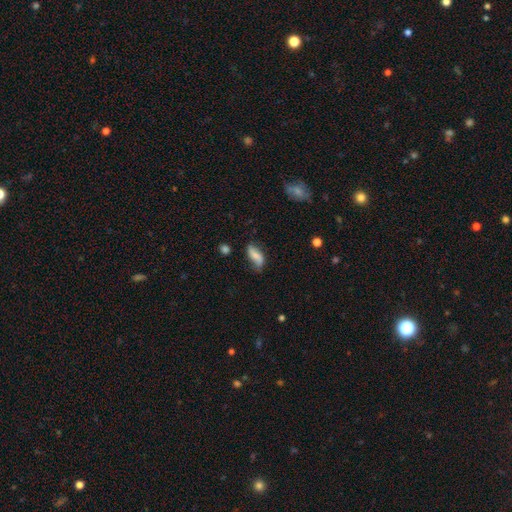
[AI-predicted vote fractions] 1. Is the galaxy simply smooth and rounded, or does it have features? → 54% smooth, 37% featured or disk, 9% star or artifact.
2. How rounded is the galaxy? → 81% in between, 15% cigar-shaped, 4% round.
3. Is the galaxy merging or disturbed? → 59% none, 29% minor disturbance, 9% major disturbance, 3% merger.